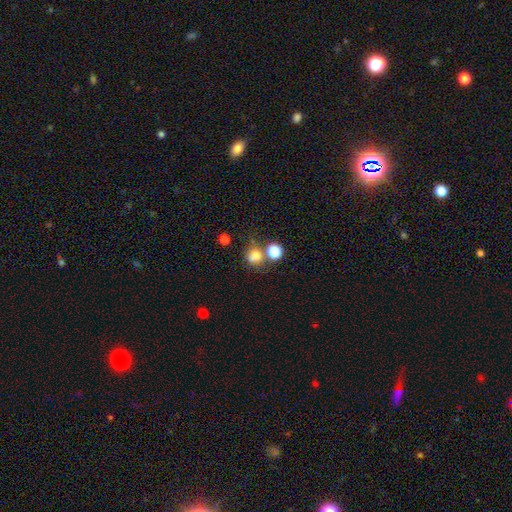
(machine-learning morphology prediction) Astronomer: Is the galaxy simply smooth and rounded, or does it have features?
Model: smooth — 75%.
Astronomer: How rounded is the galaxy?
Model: round — 82%.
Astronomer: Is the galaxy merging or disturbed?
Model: none — 54%.